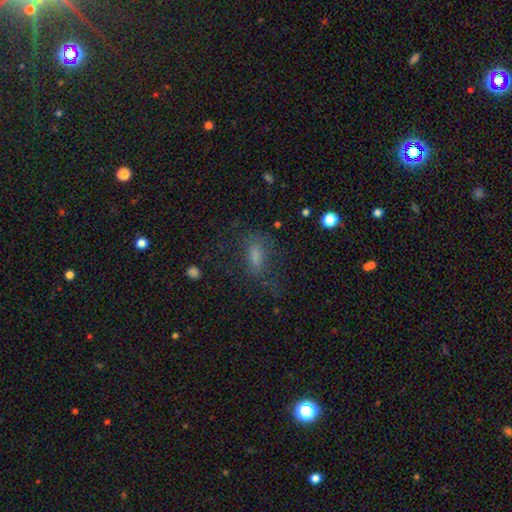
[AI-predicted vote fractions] Smooth or featured: smooth — 64% (featured or disk — 20%)
How rounded: in between — 74% (cigar-shaped — 18%)
Merging: none — 52% (major disturbance — 25%)